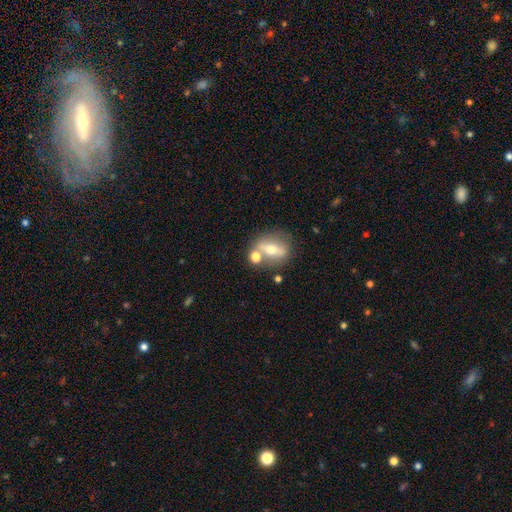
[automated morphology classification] smooth_or_featured: smooth (p=0.45) [tied with: featured or disk p=0.45]
merging: none (p=0.62) [alt: merger p=0.21]